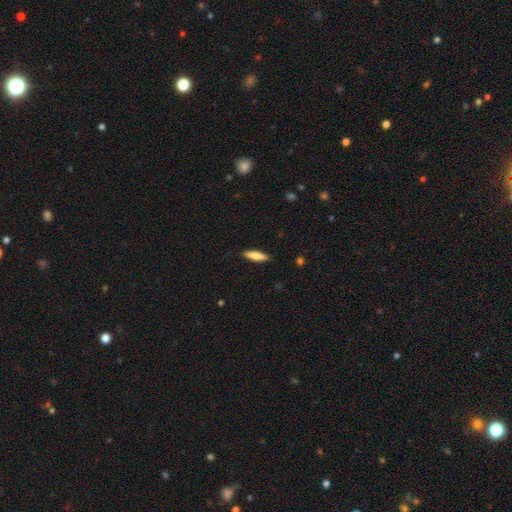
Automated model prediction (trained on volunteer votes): This is likely a smooth galaxy (77%). How rounded: likely cigar-shaped (67%). Merging: clearly none (88%).